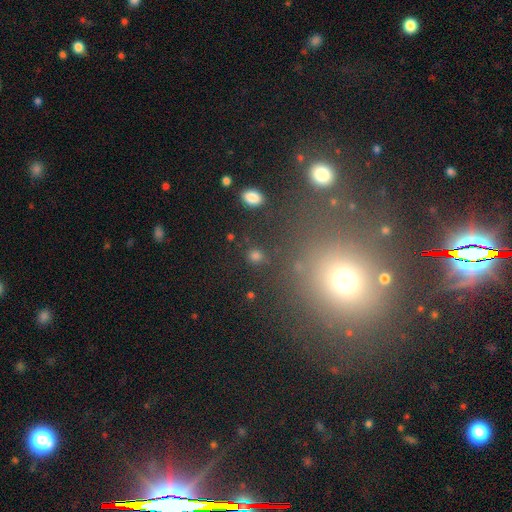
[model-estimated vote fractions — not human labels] This appears to be a smooth galaxy with no disk features (78%) that is round (74%). Merging: none (82%).